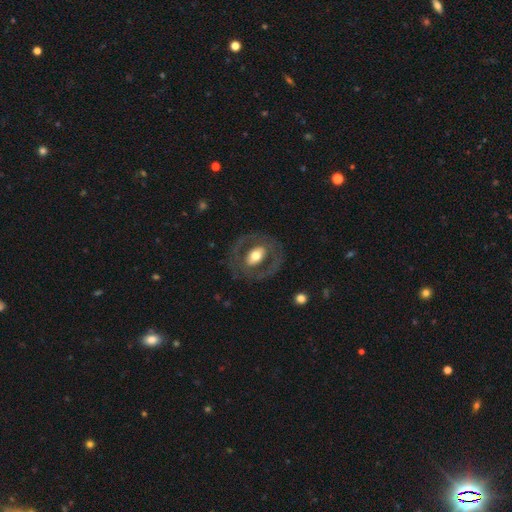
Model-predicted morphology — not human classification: Smooth or featured?
  - featured or disk: 60% *
  - smooth: 34%
  - star or artifact: 6%
Edge-on disk?
  - no: 94% *
  - yes: 6%
Bar?
  - no: 51% *
  - weak: 25%
  - strong: 24%
Spiral arms?
  - no: 75% *
  - yes: 25%
Bulge size?
  - moderate: 61% *
  - large: 28%
  - small: 8%
  - dominant: 2%
  - none: 1%
Merging?
  - none: 76% *
  - minor disturbance: 12%
  - major disturbance: 11%
  - merger: 1%